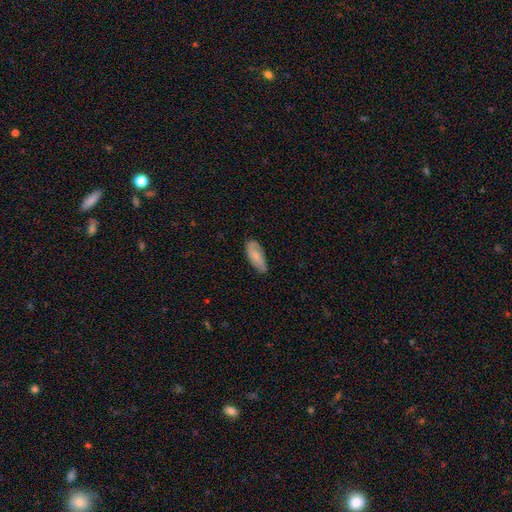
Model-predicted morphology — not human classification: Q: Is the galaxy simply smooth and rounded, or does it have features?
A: smooth — 67%.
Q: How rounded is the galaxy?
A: in between — 81%.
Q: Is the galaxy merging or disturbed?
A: none — 68%.